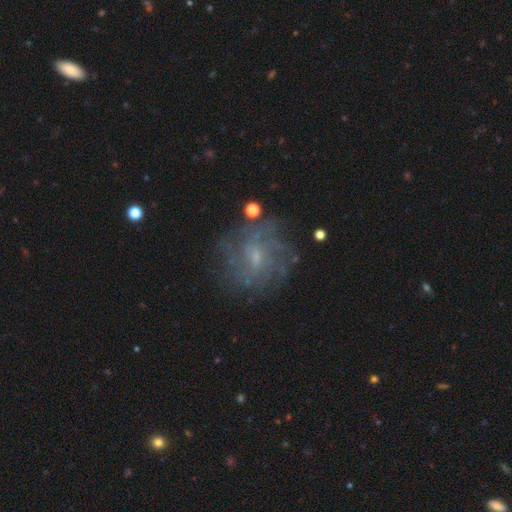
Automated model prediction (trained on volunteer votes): smooth_or_featured: featured or disk (p=0.69) [alt: smooth p=0.17]
disk_edge_on: no (p=0.97) [alt: yes p=0.03]
bar: weak (p=0.48) [alt: no p=0.44]
has_spiral_arms: yes (p=0.79) [alt: no p=0.21]
spiral_winding: tight (p=0.42) [alt: medium p=0.37]
spiral_arm_count: can't tell (p=0.52) [alt: 4 p=0.15]
bulge_size: small (p=0.63) [alt: moderate p=0.25]
merging: none (p=0.75) [alt: minor disturbance p=0.14]